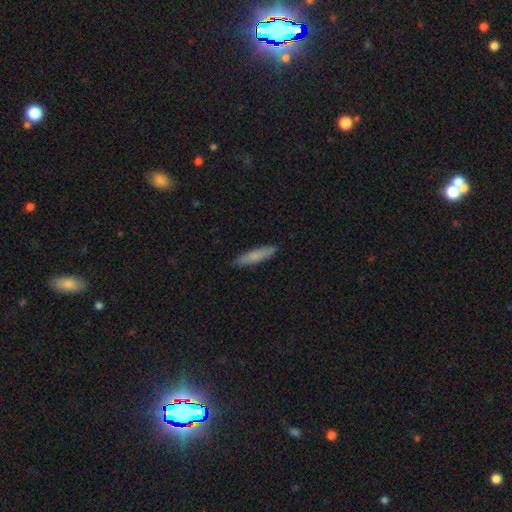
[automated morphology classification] This is likely a smooth galaxy (77%). How rounded: clearly cigar-shaped (86%). Merging: clearly none (88%).